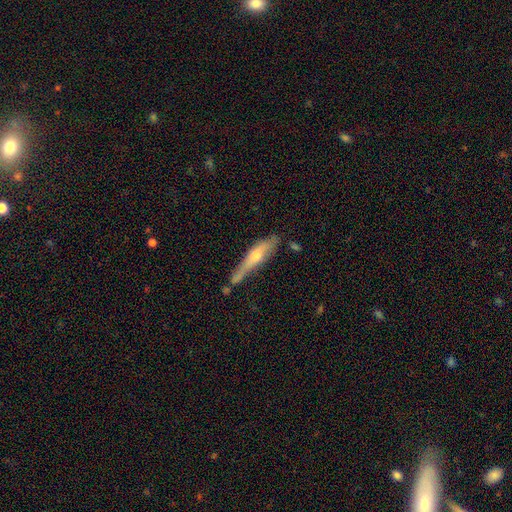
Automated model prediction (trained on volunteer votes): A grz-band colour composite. It shows a featured or disk galaxy (47%, tied with smooth). Merging: none (47%).